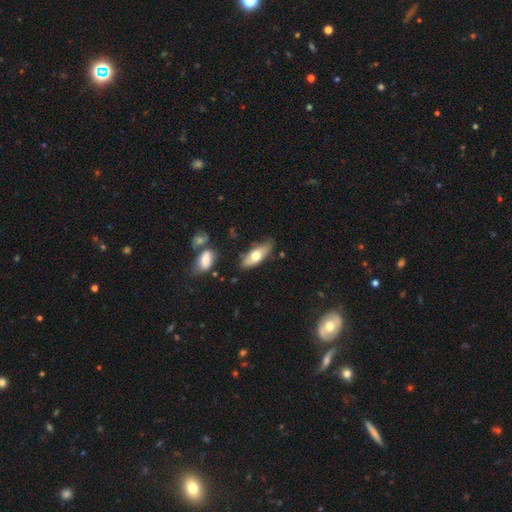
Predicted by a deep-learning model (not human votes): Overall: smooth (61%; featured or disk 33%). How rounded: in between (67%; cigar-shaped 30%). Merging: none (74%).